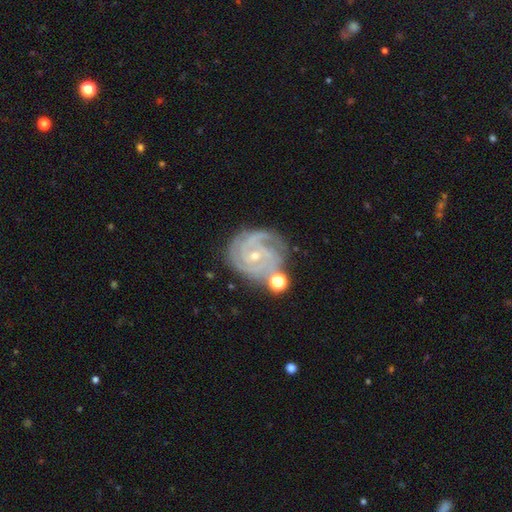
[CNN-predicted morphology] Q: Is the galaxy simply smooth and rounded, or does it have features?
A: featured or disk — 89%.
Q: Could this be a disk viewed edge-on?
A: no — 98%.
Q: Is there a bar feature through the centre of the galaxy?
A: no — 62%.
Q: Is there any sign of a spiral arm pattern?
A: yes — 98%.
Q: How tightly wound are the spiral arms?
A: tight — 74%.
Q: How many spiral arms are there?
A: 3 — 45%.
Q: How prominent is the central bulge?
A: small — 73%.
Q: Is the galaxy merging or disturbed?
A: none — 68%.